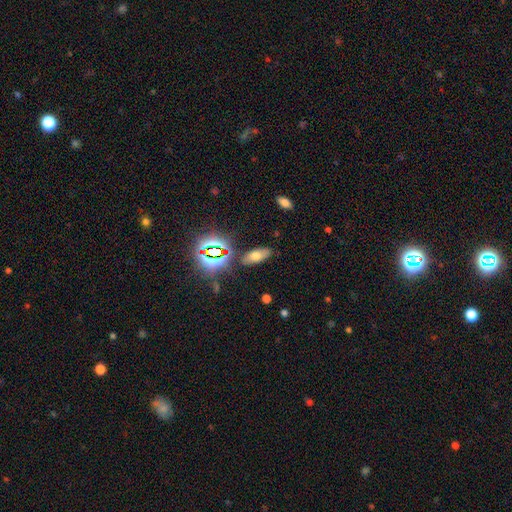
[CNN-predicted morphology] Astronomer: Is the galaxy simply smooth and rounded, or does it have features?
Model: smooth — 57%.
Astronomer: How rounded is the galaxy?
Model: in between — 81%.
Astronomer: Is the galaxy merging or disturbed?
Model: none — 83%.